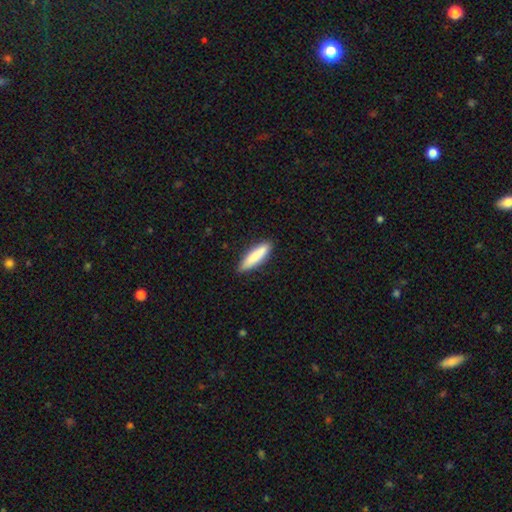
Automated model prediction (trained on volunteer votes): Morphology: type=smooth (84%); roundness=cigar-shaped (72%); merging=none (85%).